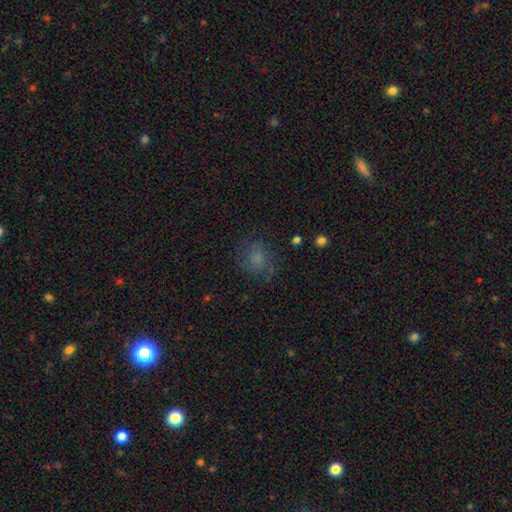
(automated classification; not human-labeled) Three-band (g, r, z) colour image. It shows a smooth galaxy with no disk features (49%). Merging: none (70%).